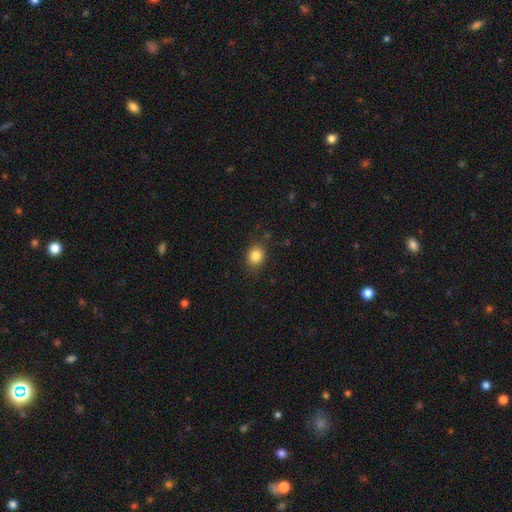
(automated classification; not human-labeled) A smooth galaxy with no disk features (85%) that is round (62%). Merging: none (85%).